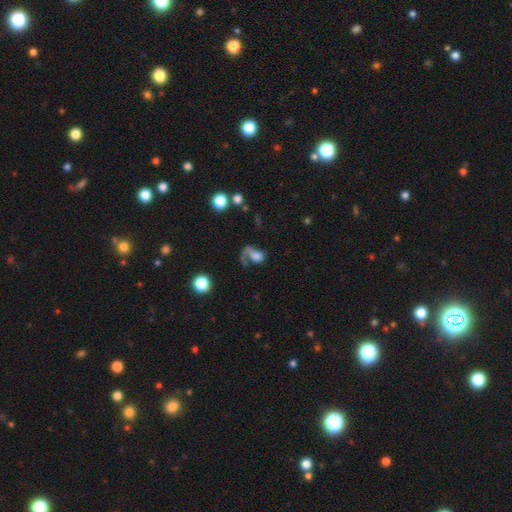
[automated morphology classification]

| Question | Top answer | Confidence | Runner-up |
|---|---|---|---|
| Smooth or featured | featured or disk | 46% | smooth (43%) |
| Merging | major disturbance | 53% | none (25%) |